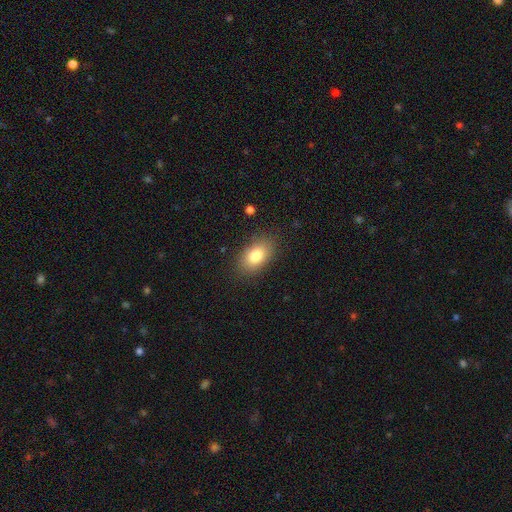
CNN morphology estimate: Smooth or featured?
  - smooth: 82% *
  - featured or disk: 10%
  - star or artifact: 8%
How rounded?
  - in between: 89% *
  - round: 9%
  - cigar-shaped: 2%
Merging?
  - none: 85% *
  - minor disturbance: 11%
  - major disturbance: 3%
  - merger: 1%